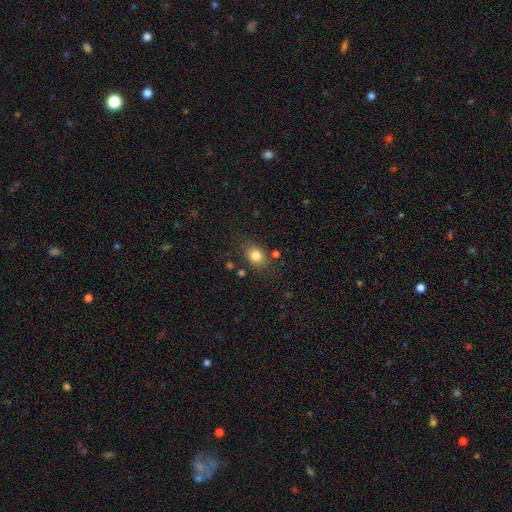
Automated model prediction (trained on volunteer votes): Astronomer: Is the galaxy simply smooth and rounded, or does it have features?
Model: smooth — 81%.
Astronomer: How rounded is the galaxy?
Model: in between — 50% (runner-up: round, 49%).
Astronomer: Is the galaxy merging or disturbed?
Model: none — 76%.